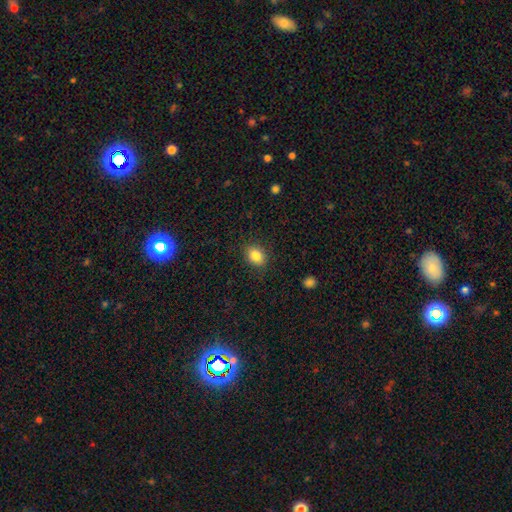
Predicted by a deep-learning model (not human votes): Smooth or featured?
  - smooth: 85% *
  - star or artifact: 9%
  - featured or disk: 5%
How rounded?
  - in between: 62% *
  - round: 37%
  - cigar-shaped: 1%
Merging?
  - none: 86% *
  - minor disturbance: 10%
  - major disturbance: 3%
  - merger: 1%